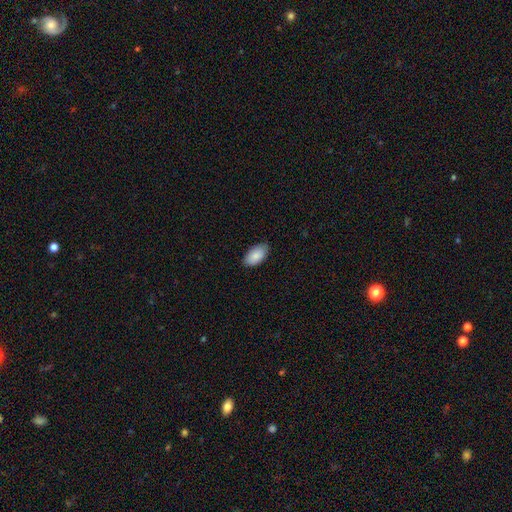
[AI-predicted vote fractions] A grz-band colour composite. It shows a smooth galaxy with no disk features (87%) that is in between round and cigar-shaped (95%). Merging: none (82%).